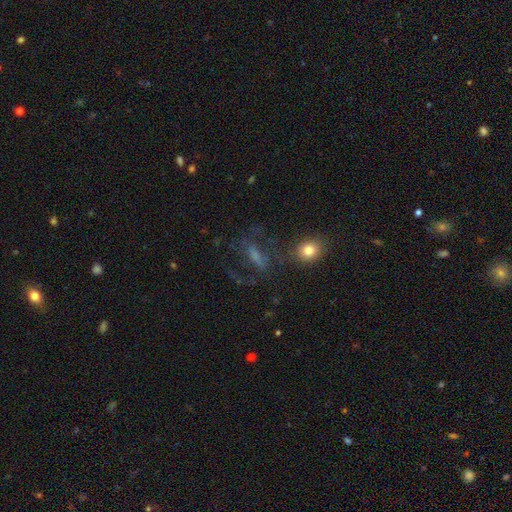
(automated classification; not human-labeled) smooth-or-featured: featured or disk: 40% | smooth: 39% | star or artifact: 21%
  merging: none: 52% | major disturbance: 26% | minor disturbance: 17% | merger: 6%